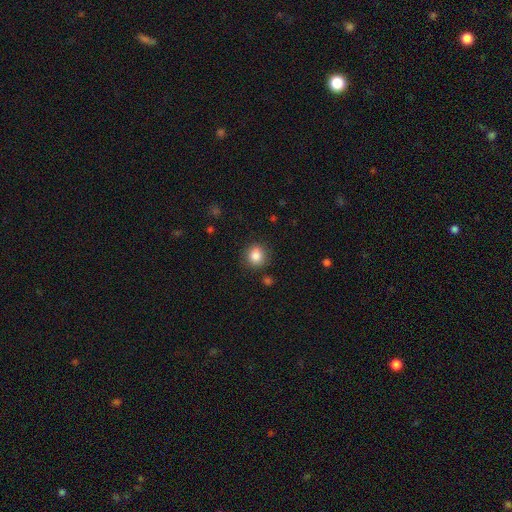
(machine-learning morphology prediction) Q: Smooth or featured?
A: smooth (85%); runner-up: star or artifact (10%)
Q: How rounded?
A: round (82%); runner-up: in between (17%)
Q: Merging?
A: none (85%); runner-up: minor disturbance (10%)